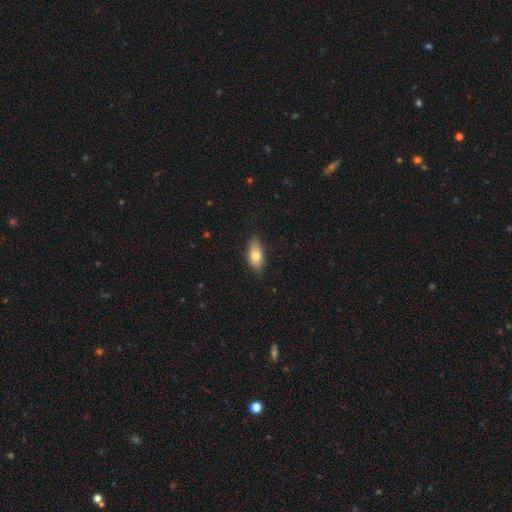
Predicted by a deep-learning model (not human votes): The model was most divided on "smooth or featured": smooth: 77%, featured or disk: 16%, star or artifact: 7%. More confident: how rounded — in between (87%); merging — none (84%).